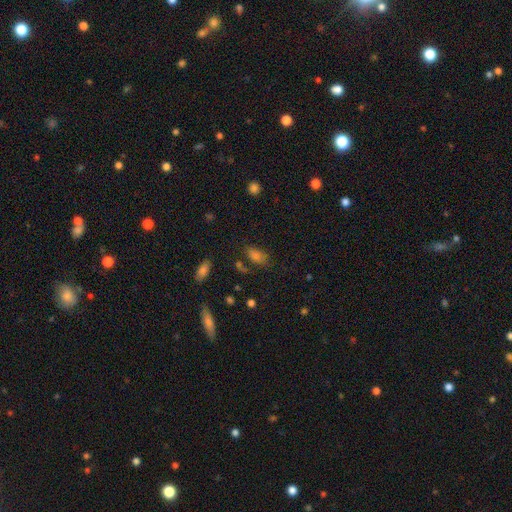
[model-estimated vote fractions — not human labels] Q: Smooth or featured?
A: smooth (70%); runner-up: star or artifact (17%)
Q: How rounded?
A: in between (86%); runner-up: round (7%)
Q: Merging?
A: none (70%); runner-up: minor disturbance (17%)